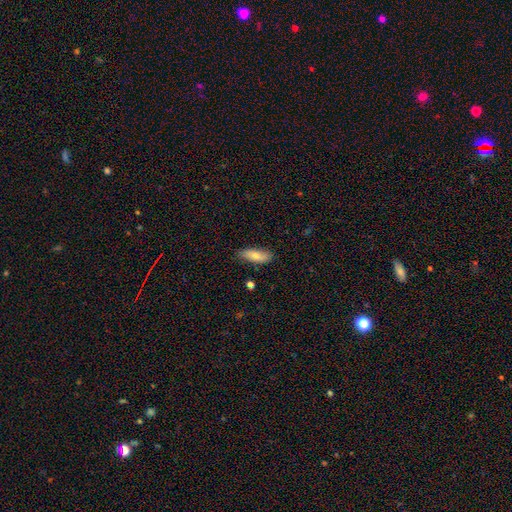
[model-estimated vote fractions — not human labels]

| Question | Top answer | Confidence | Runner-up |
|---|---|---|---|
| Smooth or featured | smooth | 74% | featured or disk (19%) |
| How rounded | in between | 70% | cigar-shaped (28%) |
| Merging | none | 80% | minor disturbance (16%) |